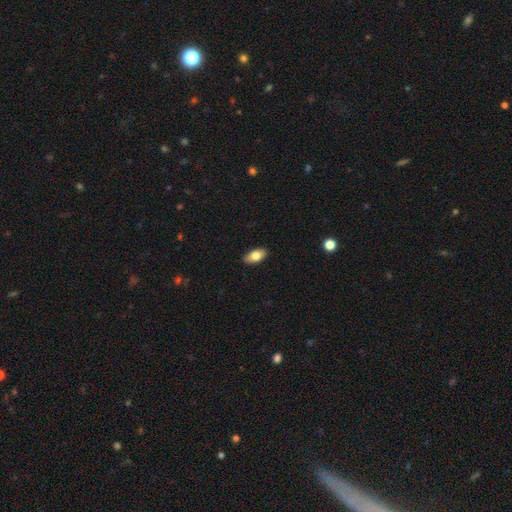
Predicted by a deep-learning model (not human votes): smooth 78%, featured or disk 15%, star or artifact 7%. Down the decision tree: how rounded — in between (91%); merging — none (88%).